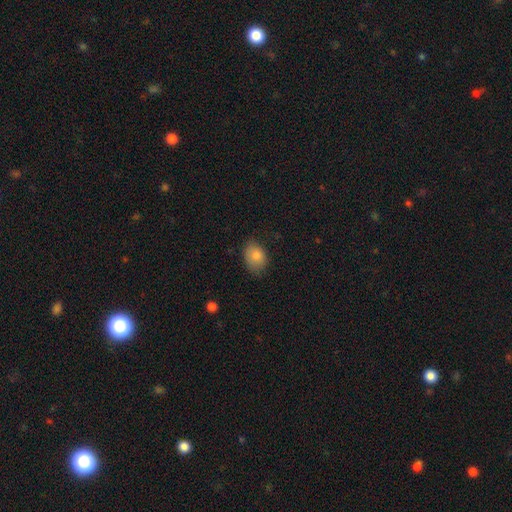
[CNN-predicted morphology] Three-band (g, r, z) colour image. It shows a smooth galaxy with no disk features (84%) that is in between round and cigar-shaped (68%). Merging: none (68%).